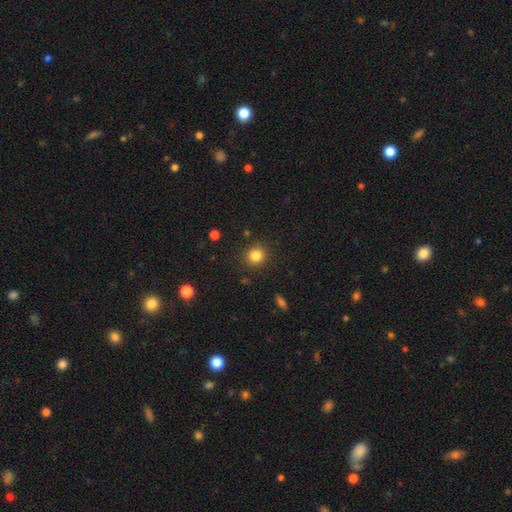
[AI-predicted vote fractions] This appears to be a smooth galaxy with no disk features (83%) that is round (91%). Merging: none (90%).